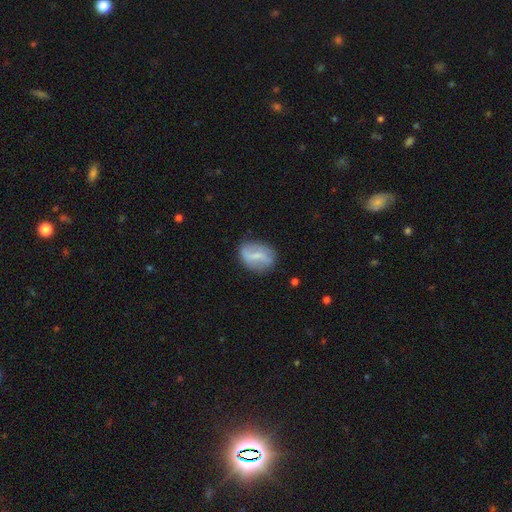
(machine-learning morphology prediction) This appears to be a featured or disk galaxy (57%) with a weak bar (45%), spiral arms (71%) and a small central bulge (47%). Merging: none (74%).